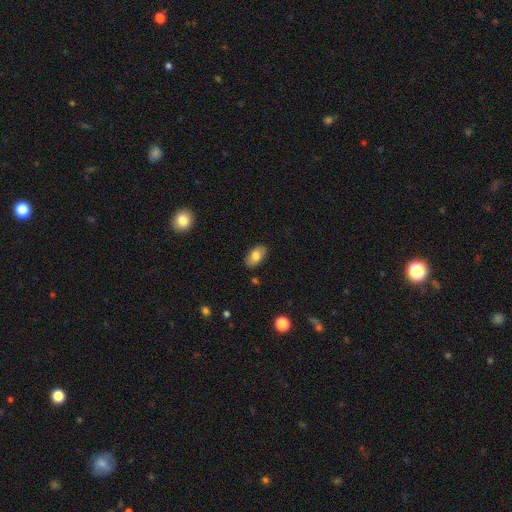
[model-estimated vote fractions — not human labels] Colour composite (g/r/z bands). It shows a smooth galaxy with no disk features (73%) that is in between round and cigar-shaped (92%). Merging: none (85%).